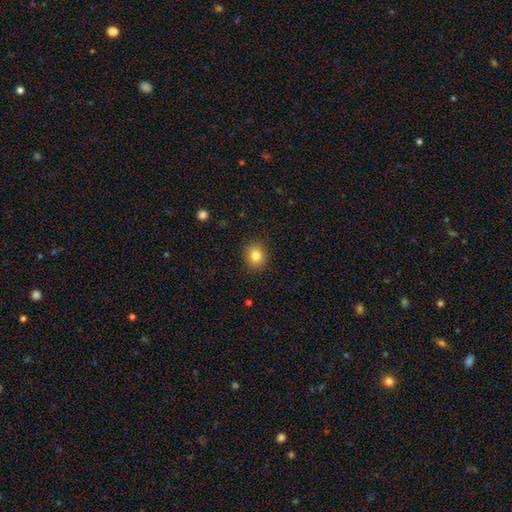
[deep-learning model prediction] The model was most divided on "how rounded": round: 78%, in between: 21%, cigar-shaped: 1%. More confident: merging — none (90%); smooth or featured — smooth (83%).